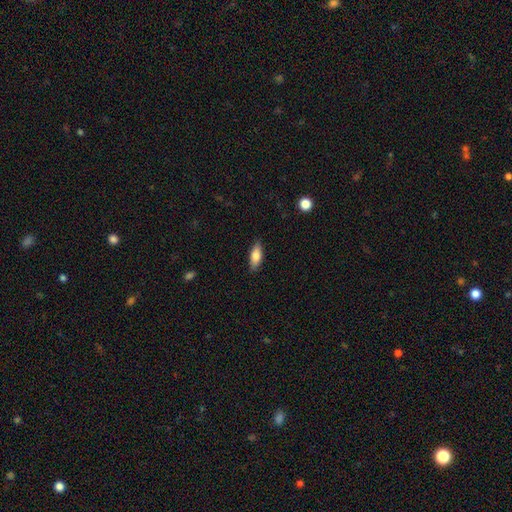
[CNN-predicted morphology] This appears to be a smooth galaxy with no disk features (78%) that is in between round and cigar-shaped (74%). Merging: none (86%).